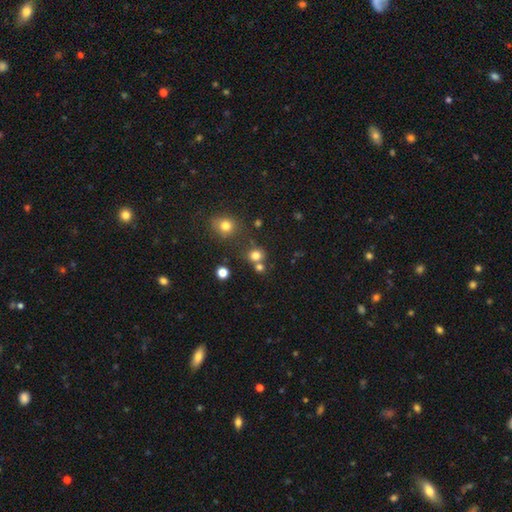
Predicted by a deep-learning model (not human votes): Smooth or featured?
  - smooth: 76% *
  - star or artifact: 16%
  - featured or disk: 7%
How rounded?
  - round: 83% *
  - in between: 16%
  - cigar-shaped: 1%
Merging?
  - none: 62% *
  - merger: 25%
  - minor disturbance: 10%
  - major disturbance: 4%